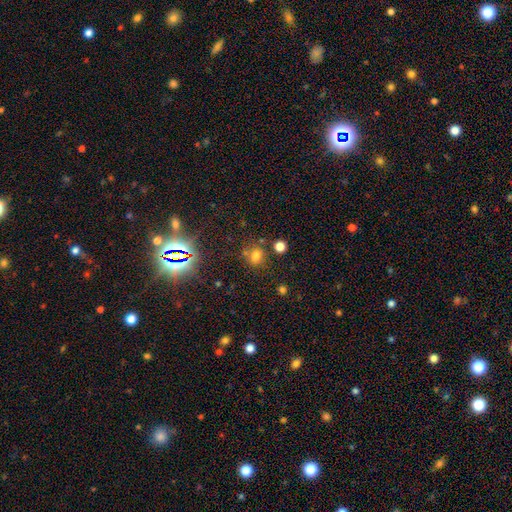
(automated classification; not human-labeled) This is likely a smooth galaxy (68%). How rounded: likely round (69%). Merging: likely none (70%).